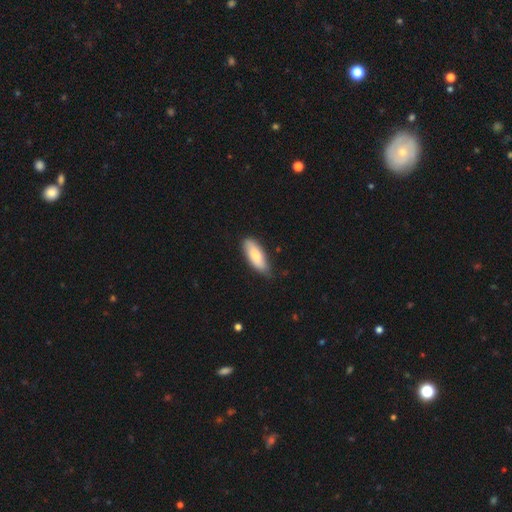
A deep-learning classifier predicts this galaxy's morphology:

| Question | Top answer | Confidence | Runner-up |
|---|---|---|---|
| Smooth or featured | smooth | 79% | featured or disk (16%) |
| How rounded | in between | 73% | cigar-shaped (25%) |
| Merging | none | 75% | minor disturbance (21%) |